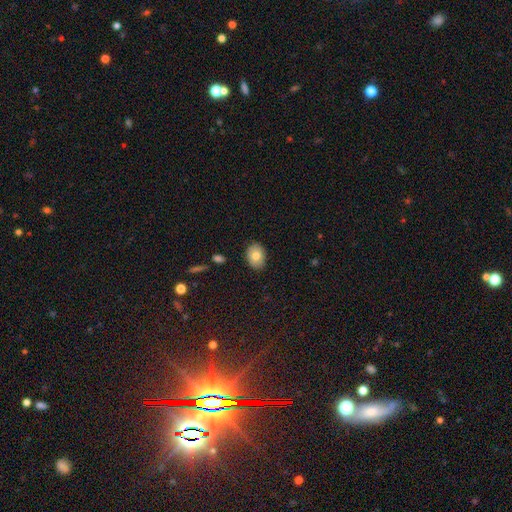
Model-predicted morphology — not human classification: type=smooth (77%); roundness=in between (73%); merging=none (87%).